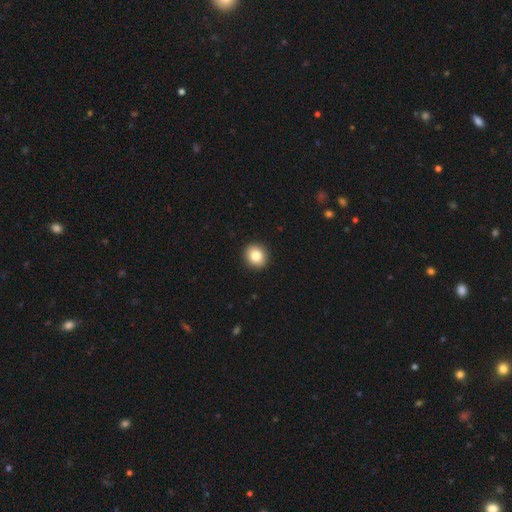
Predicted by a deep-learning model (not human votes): This is clearly a smooth galaxy (84%). How rounded: clearly round (82%). Merging: clearly none (93%).